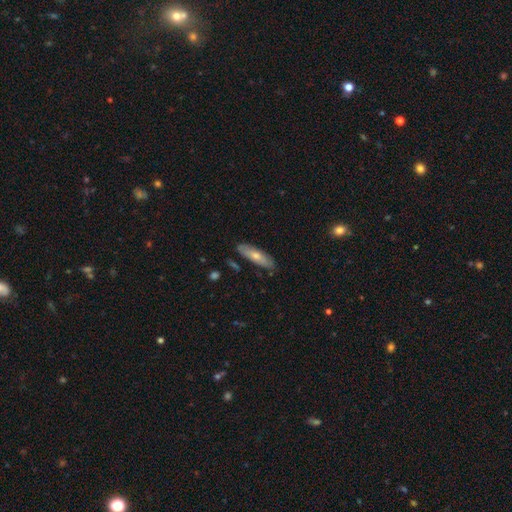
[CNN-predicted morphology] Overall: smooth (54%; featured or disk 39%). How rounded: cigar-shaped (65%; in between 33%). Merging: none (85%).